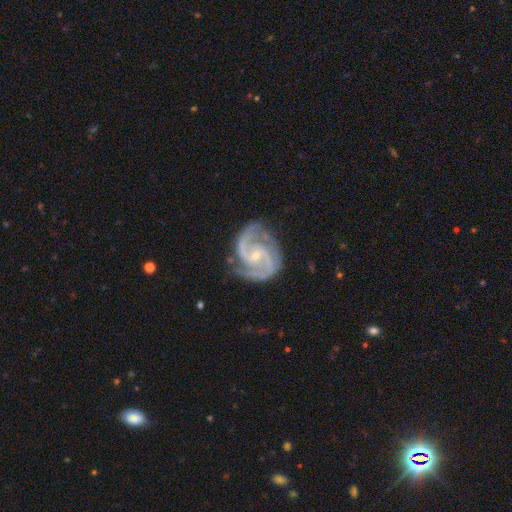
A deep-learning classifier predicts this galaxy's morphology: smooth_or_featured: featured or disk (p=0.93) [alt: star or artifact p=0.04]
disk_edge_on: no (p=0.98) [alt: yes p=0.02]
bar: no (p=0.46) [alt: weak p=0.41]
has_spiral_arms: yes (p=0.99) [alt: no p=0.01]
spiral_winding: medium (p=0.59) [alt: tight p=0.31]
spiral_arm_count: 2 (p=0.88) [alt: 3 p=0.06]
bulge_size: small (p=0.74) [alt: moderate p=0.22]
merging: none (p=0.74) [alt: minor disturbance p=0.19]